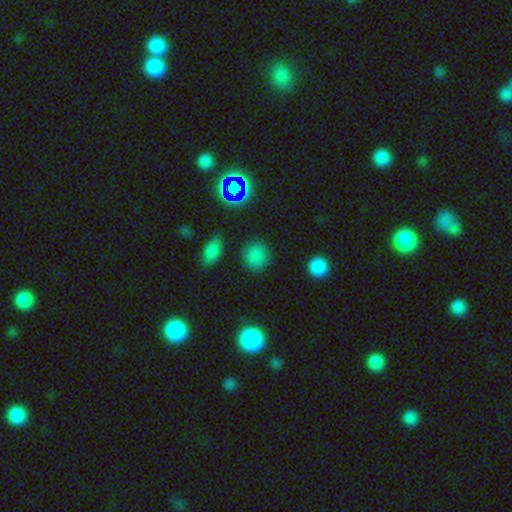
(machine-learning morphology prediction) smooth-or-featured: smooth: 78% | star or artifact: 17% | featured or disk: 5%
  how-rounded: round: 87% | in between: 12% | cigar-shaped: 1%
  merging: none: 86% | minor disturbance: 8% | major disturbance: 3% | merger: 2%